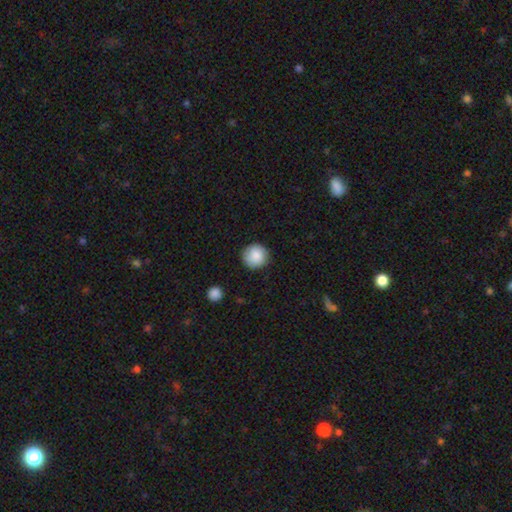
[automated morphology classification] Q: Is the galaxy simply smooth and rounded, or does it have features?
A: smooth — 88%.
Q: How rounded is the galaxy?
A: round — 95%.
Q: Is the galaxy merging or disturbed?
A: none — 89%.